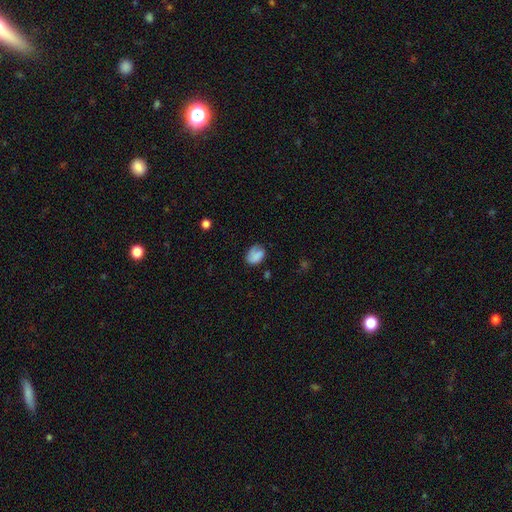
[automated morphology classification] A smooth galaxy with no disk features (74%) that is in between round and cigar-shaped (72%).

Vote fractions:
- Smooth or featured? smooth: 74% / featured or disk: 17% / star or artifact: 9%
- How rounded? in between: 72% / round: 27% / cigar-shaped: 1%
- Merging? none: 53% / minor disturbance: 30% / major disturbance: 14% / merger: 3%